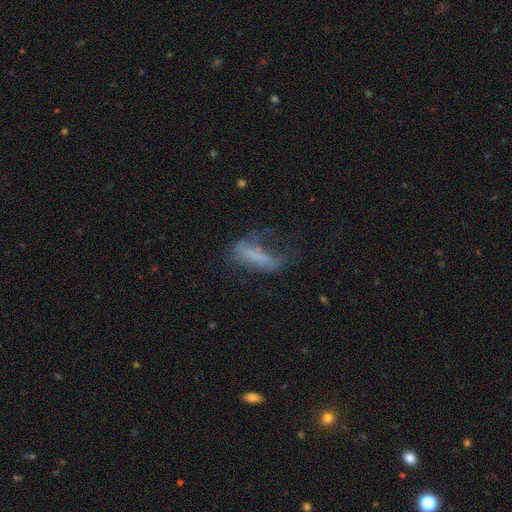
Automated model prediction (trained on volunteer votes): smooth 52%, featured or disk 35%, star or artifact 13%. Down the decision tree: how rounded — cigar-shaped (58%); merging — major disturbance (39%).